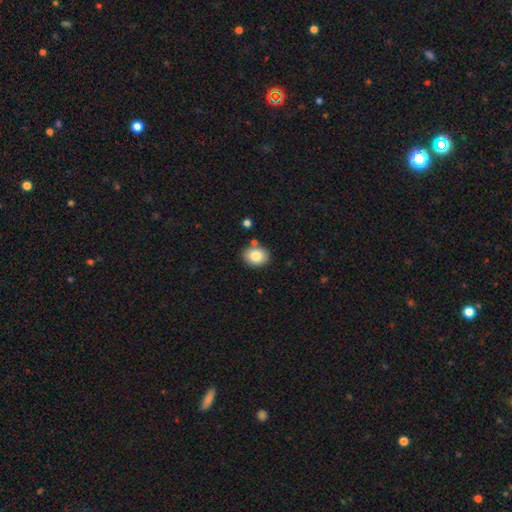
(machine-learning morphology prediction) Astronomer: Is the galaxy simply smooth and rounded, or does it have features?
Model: smooth — 84%.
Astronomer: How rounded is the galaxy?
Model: round — 52% (runner-up: in between, 47%).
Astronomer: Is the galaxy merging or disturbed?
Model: none — 80%.